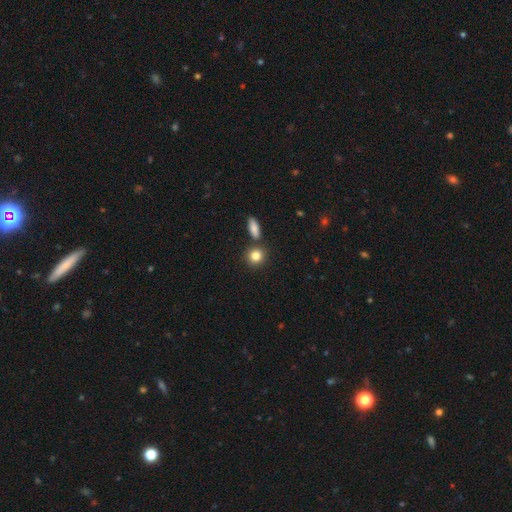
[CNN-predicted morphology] Smooth or featured?
  - smooth: 84% *
  - star or artifact: 9%
  - featured or disk: 7%
How rounded?
  - round: 80% *
  - in between: 18%
  - cigar-shaped: 2%
Merging?
  - none: 73% *
  - merger: 15%
  - minor disturbance: 9%
  - major disturbance: 3%